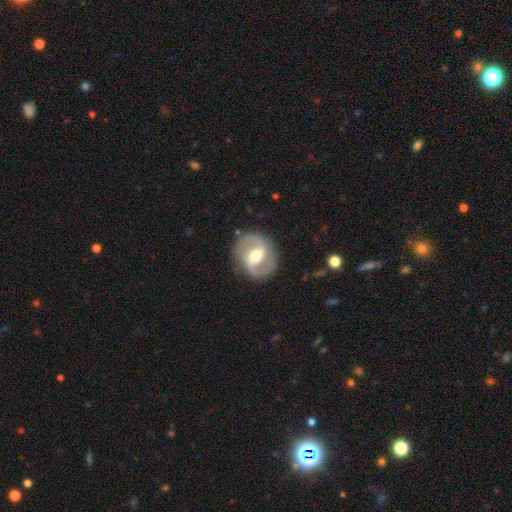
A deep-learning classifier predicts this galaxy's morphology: This is clearly a featured or disk galaxy (83%). It is clearly not viewed edge-on (97%). Bar: marginally weak (43%). Spiral arm pattern: clearly yes (88%). Spiral arm count: clearly 2 (91%). Spiral winding: possibly medium (55%). Central bulge: likely moderate (70%). Merging: clearly none (85%).